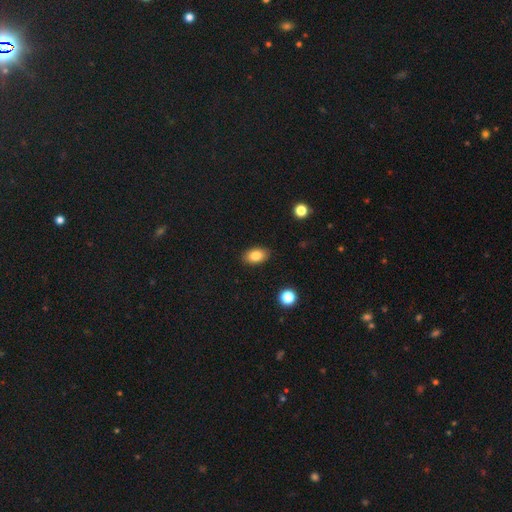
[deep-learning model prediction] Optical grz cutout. It shows a smooth galaxy with no disk features (83%) that is in between round and cigar-shaped (89%). Merging: none (88%).